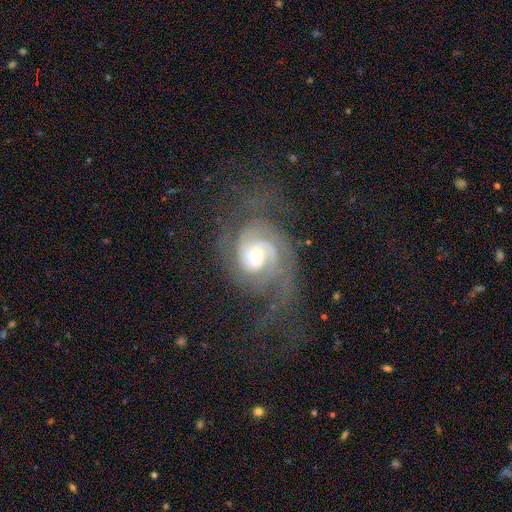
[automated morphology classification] This appears to be a featured or disk galaxy (87%) with no bar (60%), 2 (48%) tight (54%) spiral arms (97%) and a moderate central bulge (47%). Merging: none (55%).